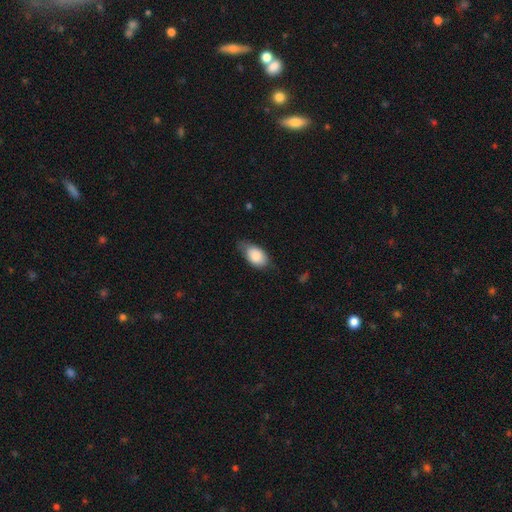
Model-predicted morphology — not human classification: Q: Smooth or featured?
A: smooth (85%); runner-up: featured or disk (9%)
Q: How rounded?
A: in between (91%); runner-up: round (7%)
Q: Merging?
A: none (57%); runner-up: minor disturbance (35%)